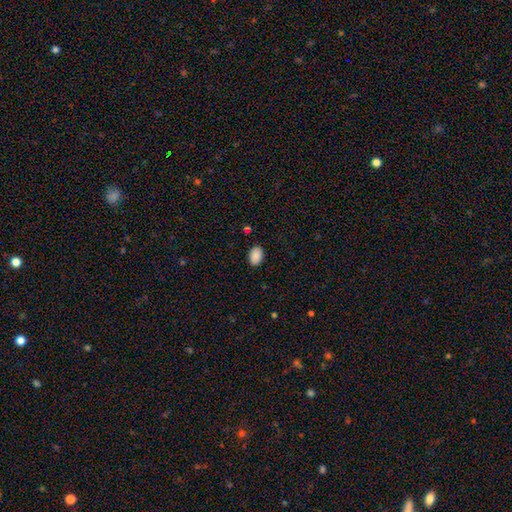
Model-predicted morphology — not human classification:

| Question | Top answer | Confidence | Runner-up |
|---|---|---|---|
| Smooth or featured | smooth | 90% | star or artifact (8%) |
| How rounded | in between | 83% | round (16%) |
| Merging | none | 88% | minor disturbance (8%) |